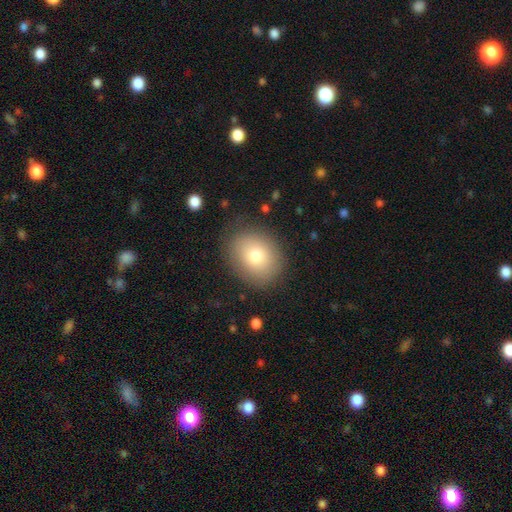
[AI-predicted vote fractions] This appears to be a smooth galaxy with no disk features (77%) that is round (55%). Merging: none (82%).